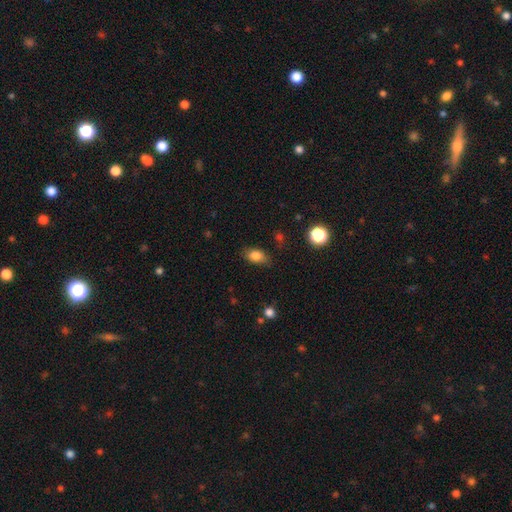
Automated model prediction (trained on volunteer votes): This is clearly a smooth galaxy (83%). How rounded: clearly in between (84%). Merging: likely none (78%).